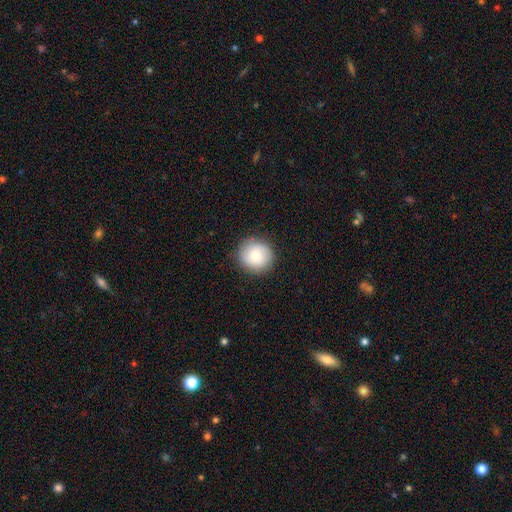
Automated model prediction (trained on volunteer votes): Morphology: type=smooth (80%); roundness=round (89%); merging=none (88%).